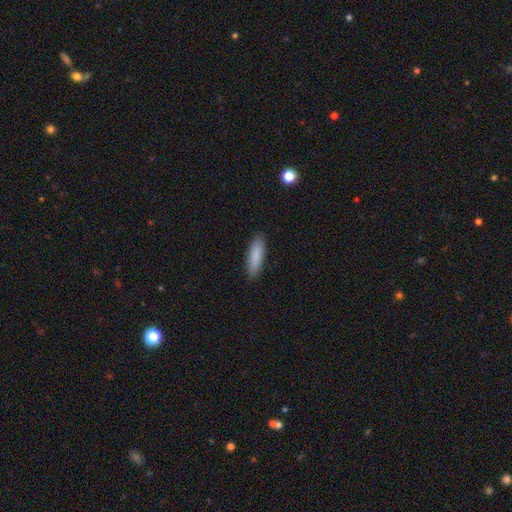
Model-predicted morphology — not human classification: Smooth or featured?
  - smooth: 88% *
  - featured or disk: 6%
  - star or artifact: 6%
How rounded?
  - cigar-shaped: 57% *
  - in between: 41%
  - round: 1%
Merging?
  - none: 89% *
  - minor disturbance: 8%
  - major disturbance: 2%
  - merger: 1%